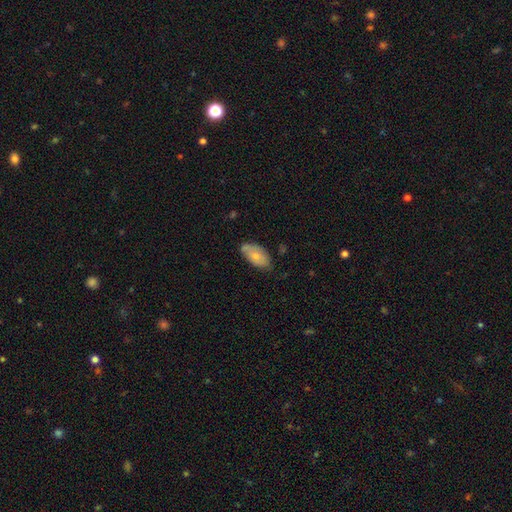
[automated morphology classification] This appears to be a smooth galaxy with no disk features (72%) that is in between round and cigar-shaped (94%). Merging: none (60%).